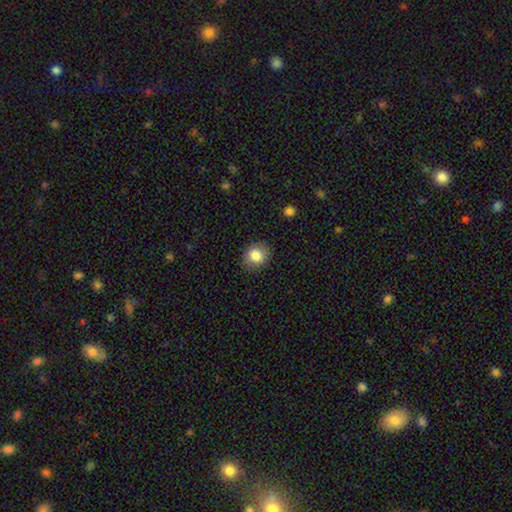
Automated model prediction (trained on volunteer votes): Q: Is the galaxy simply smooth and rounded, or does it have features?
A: smooth — 83%.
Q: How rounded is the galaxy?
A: round — 71%.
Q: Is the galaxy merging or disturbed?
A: none — 85%.